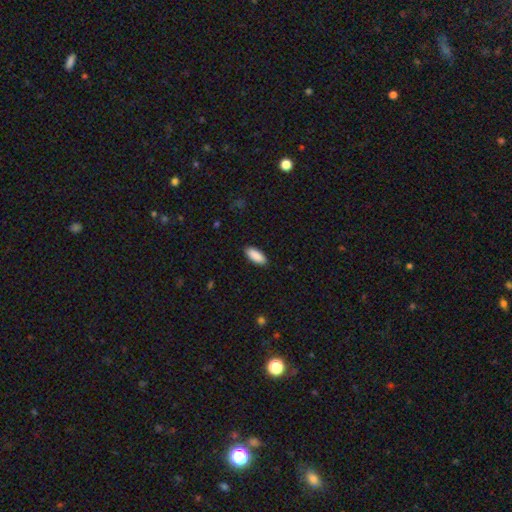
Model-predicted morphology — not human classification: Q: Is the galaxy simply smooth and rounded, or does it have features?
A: smooth — 91%.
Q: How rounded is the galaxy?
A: in between — 84%.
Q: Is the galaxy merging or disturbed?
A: none — 90%.